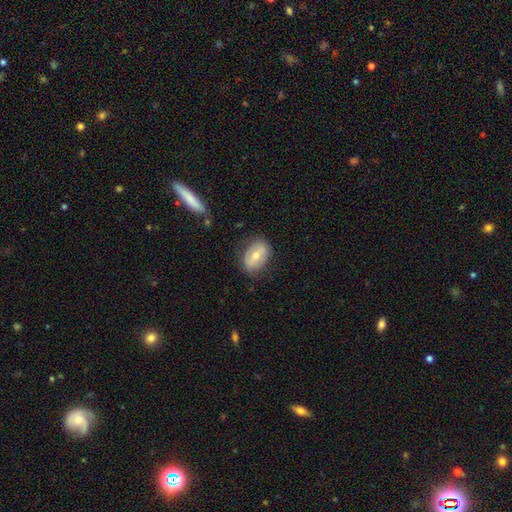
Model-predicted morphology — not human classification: This is possibly a smooth galaxy (59%). How rounded: clearly in between (82%). Merging: likely none (75%).